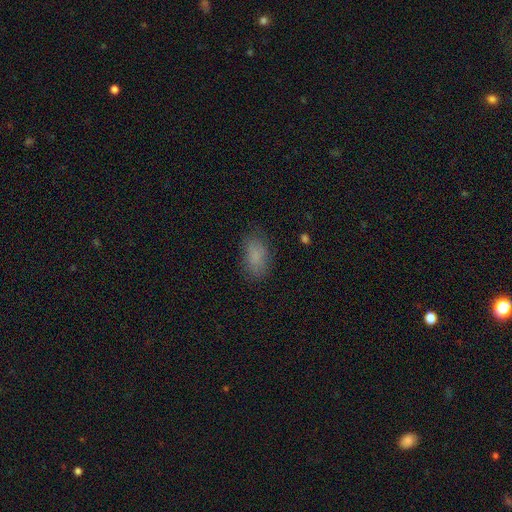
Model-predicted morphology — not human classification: Smooth or featured? Predicted: smooth (p=0.83). How rounded? Predicted: in between (p=0.91). Merging? Predicted: none (p=0.78).